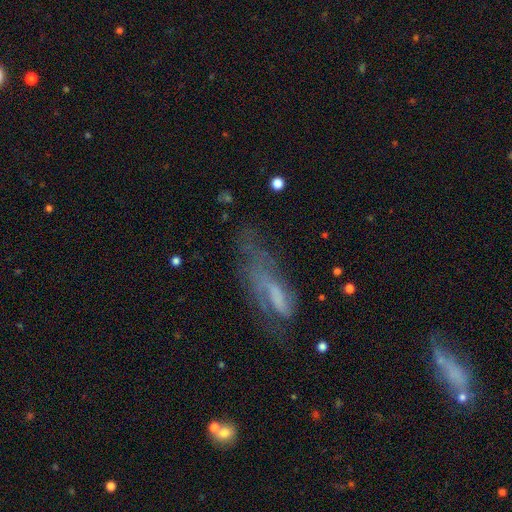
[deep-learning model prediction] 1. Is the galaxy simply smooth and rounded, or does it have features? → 45% featured or disk, 36% smooth, 19% star or artifact.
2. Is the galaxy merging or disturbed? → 46% none, 25% major disturbance, 25% minor disturbance, 4% merger.